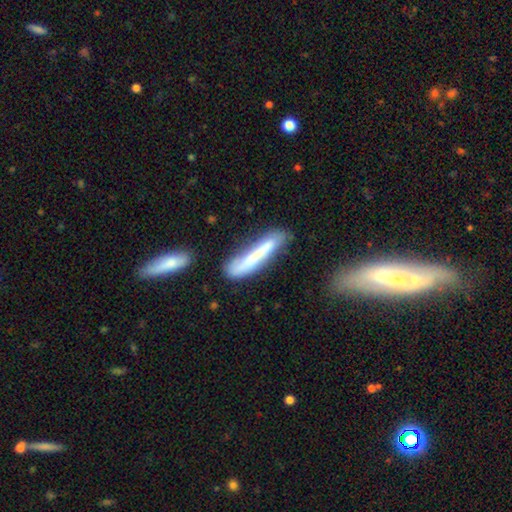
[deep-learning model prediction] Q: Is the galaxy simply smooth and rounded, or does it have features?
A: smooth — 60%.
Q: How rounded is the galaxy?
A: cigar-shaped — 90%.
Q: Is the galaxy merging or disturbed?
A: none — 60%.